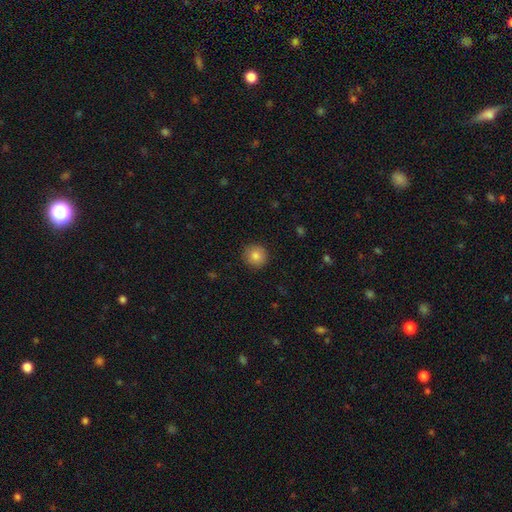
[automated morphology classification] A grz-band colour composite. It shows a smooth galaxy with no disk features (83%) that is round (94%). Merging: none (90%).